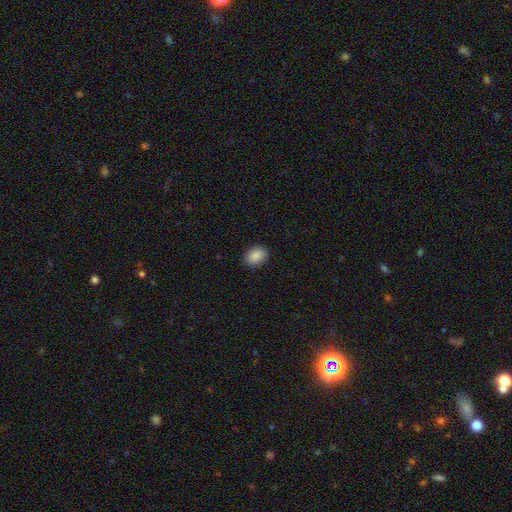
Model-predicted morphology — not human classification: Smooth or featured? Predicted: smooth (p=0.88). How rounded? Predicted: in between (p=0.67). Merging? Predicted: none (p=0.88).